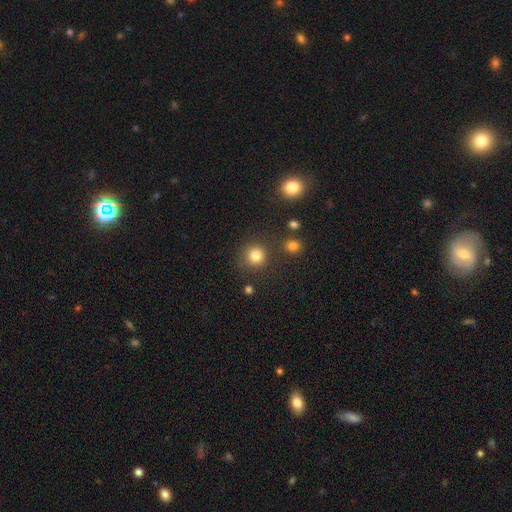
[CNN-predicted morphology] type=smooth (82%); roundness=round (93%); merging=none (85%).